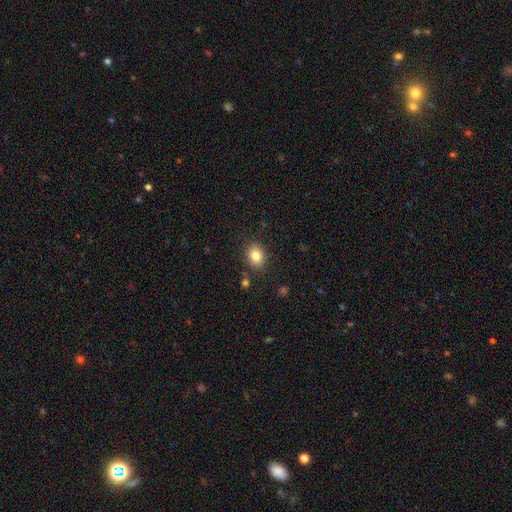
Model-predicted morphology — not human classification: The model was most divided on "how rounded": round: 51%, in between: 48%, cigar-shaped: 1%. More confident: merging — none (85%); smooth or featured — smooth (83%).